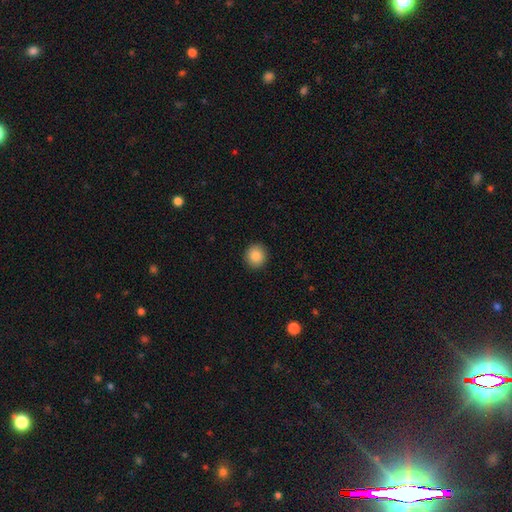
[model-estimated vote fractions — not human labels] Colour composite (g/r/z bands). It shows a smooth galaxy with no disk features (86%) that is round (90%). Merging: none (92%).